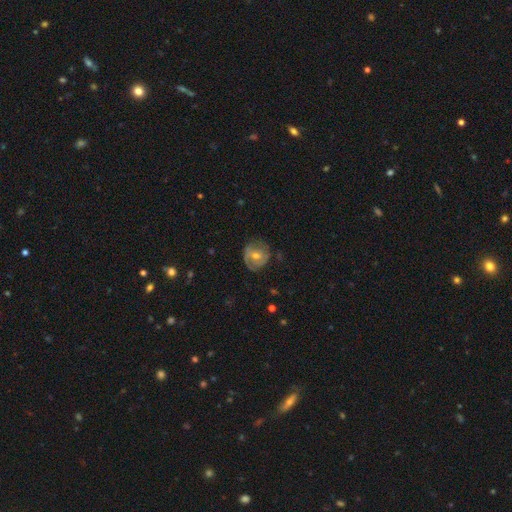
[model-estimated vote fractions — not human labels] This appears to be a featured or disk galaxy (60%) with no bar (57%), spiral arms (71%) and a moderate central bulge (60%). Merging: none (70%).